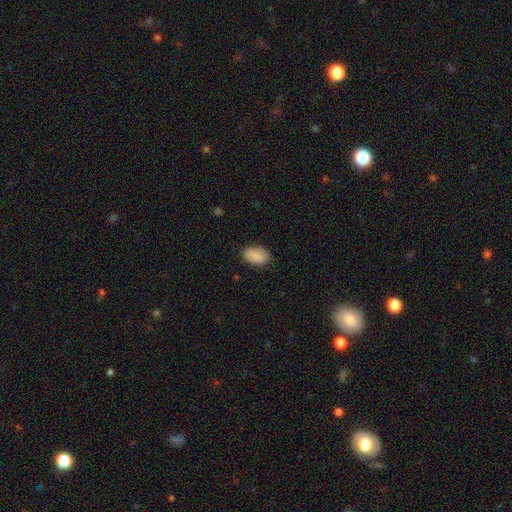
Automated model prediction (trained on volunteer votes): A smooth galaxy with no disk features (89%) that is in between round and cigar-shaped (92%).

Vote fractions:
- Smooth or featured? smooth: 89% / star or artifact: 7% / featured or disk: 4%
- How rounded? in between: 92% / round: 6% / cigar-shaped: 1%
- Merging? none: 82% / minor disturbance: 14% / major disturbance: 3% / merger: 1%